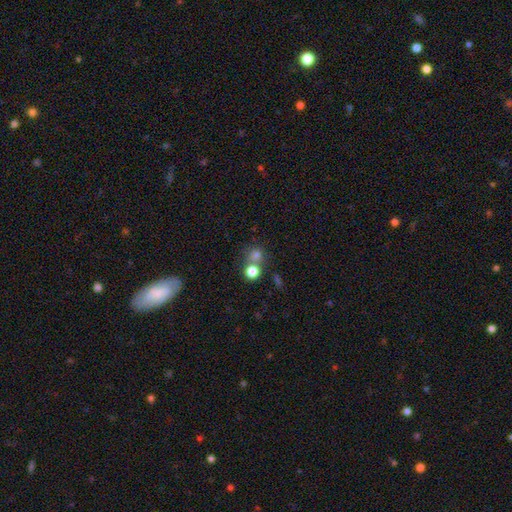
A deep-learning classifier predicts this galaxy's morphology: This appears to be a smooth galaxy with no disk features (73%) that is round (86%). Merging: none (53%).